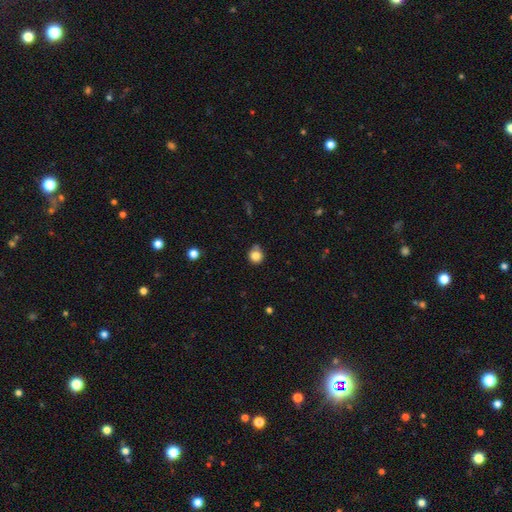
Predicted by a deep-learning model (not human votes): Smooth or featured? smooth (82%)
How rounded? round (91%)
Merging? none (73%)